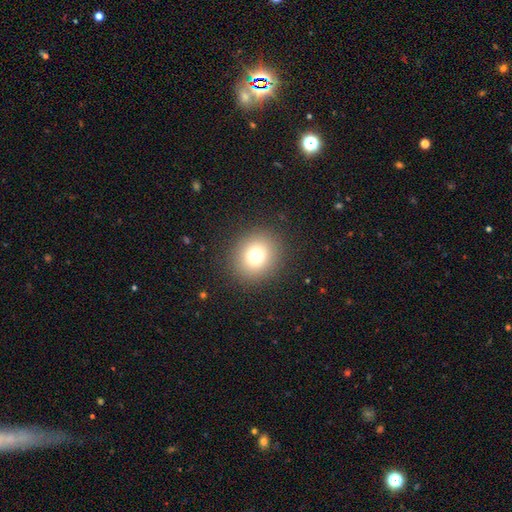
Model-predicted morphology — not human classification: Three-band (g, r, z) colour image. It shows a smooth galaxy with no disk features (75%) that is round (80%). Merging: none (89%).